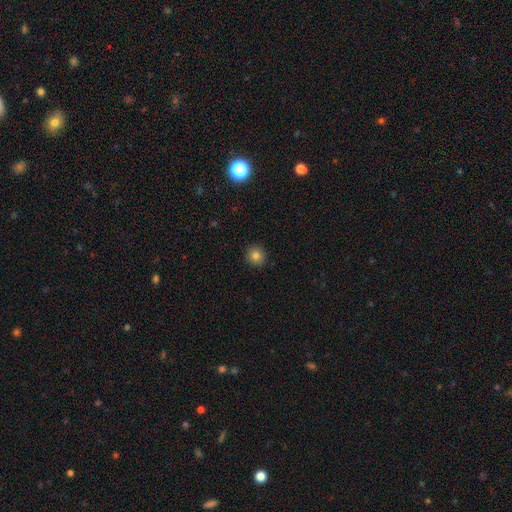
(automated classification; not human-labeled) Smooth or featured: smooth — 82% (star or artifact — 12%)
How rounded: round — 92% (in between — 7%)
Merging: none — 92% (minor disturbance — 5%)